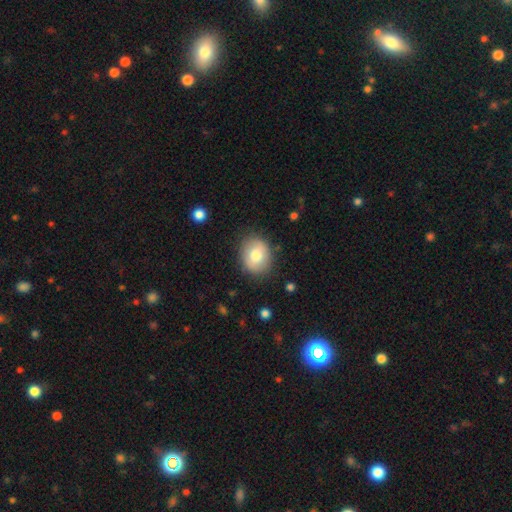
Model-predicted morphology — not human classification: smooth 75%, featured or disk 18%, star or artifact 7%. Down the decision tree: how rounded — round (54%); merging — none (84%).